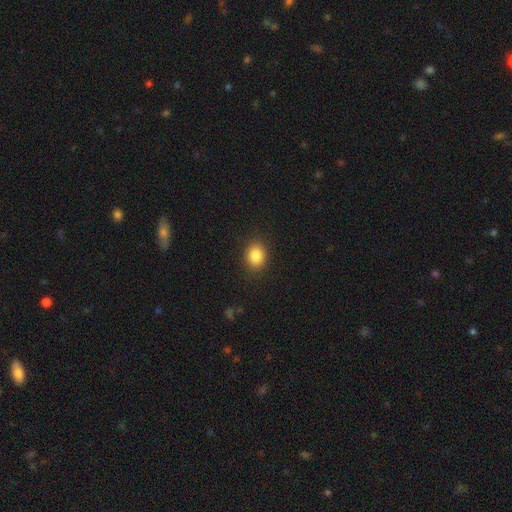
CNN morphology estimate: The model was most divided on "how rounded": in between: 52%, round: 47%, cigar-shaped: 1%. More confident: merging — none (88%); smooth or featured — smooth (85%).